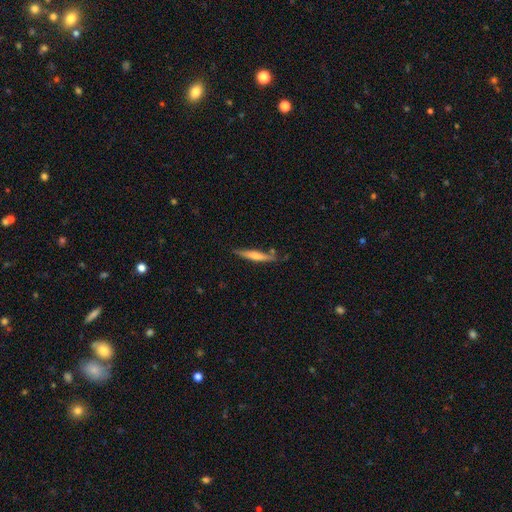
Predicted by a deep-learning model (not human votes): Q: Smooth or featured?
A: smooth (60%); runner-up: featured or disk (34%)
Q: How rounded?
A: cigar-shaped (92%); runner-up: in between (6%)
Q: Merging?
A: none (77%); runner-up: minor disturbance (15%)